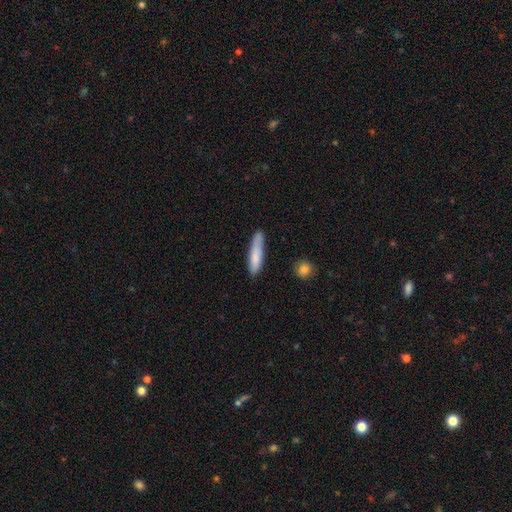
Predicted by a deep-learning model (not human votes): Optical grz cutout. It shows a smooth galaxy with no disk features (79%) that is cigar-shaped (82%). Merging: none (67%).